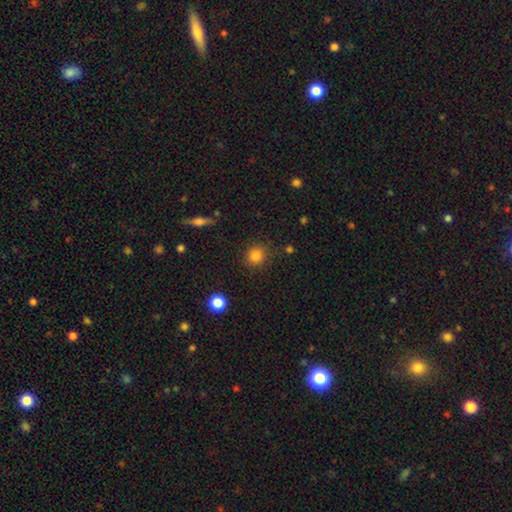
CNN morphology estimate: smooth 84%, star or artifact 11%, featured or disk 5%. Down the decision tree: how rounded — round (88%); merging — none (86%).